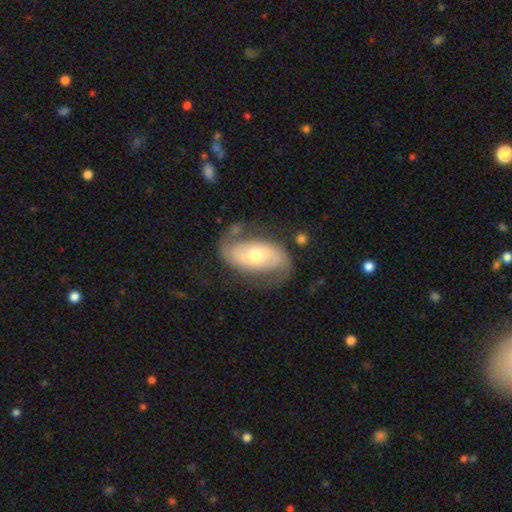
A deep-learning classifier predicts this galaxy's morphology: This appears to be a featured or disk galaxy (80%) with no bar (54%), 2 (89%) loose (41%, tied with medium) spiral arms (92%) and a moderate central bulge (57%). Merging: none (68%).